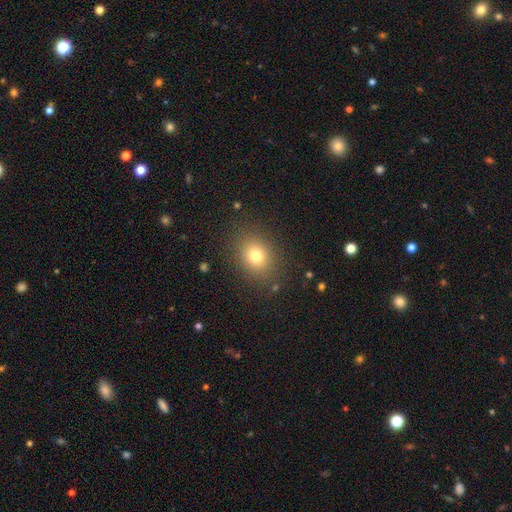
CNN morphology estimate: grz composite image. It shows a smooth galaxy with no disk features (76%) that is round (57%). Merging: none (85%).